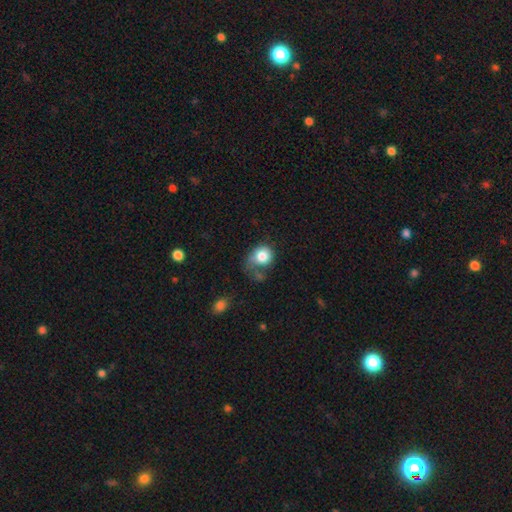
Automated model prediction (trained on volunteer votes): smooth_or_featured: smooth (p=0.76) [alt: featured or disk p=0.12]
how_rounded: round (p=0.70) [alt: in between p=0.29]
merging: none (p=0.42) [alt: minor disturbance p=0.26]